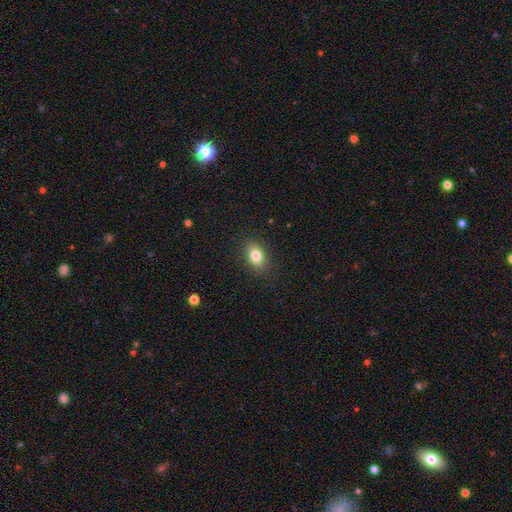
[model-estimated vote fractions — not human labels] Smooth or featured? Predicted: smooth (p=0.82). How rounded? Predicted: in between (p=0.82). Merging? Predicted: none (p=0.87).